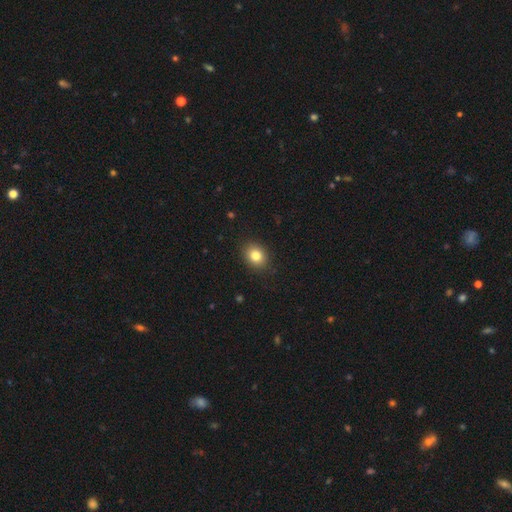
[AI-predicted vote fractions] Morphology: type=smooth (82%); roundness=round (52%); merging=none (89%).